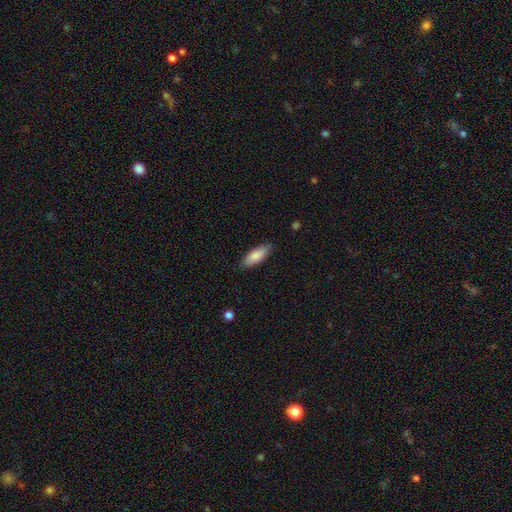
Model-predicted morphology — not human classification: smooth_or_featured: smooth (p=0.84) [alt: featured or disk p=0.10]
how_rounded: in between (p=0.65) [alt: cigar-shaped p=0.33]
merging: none (p=0.86) [alt: minor disturbance p=0.11]